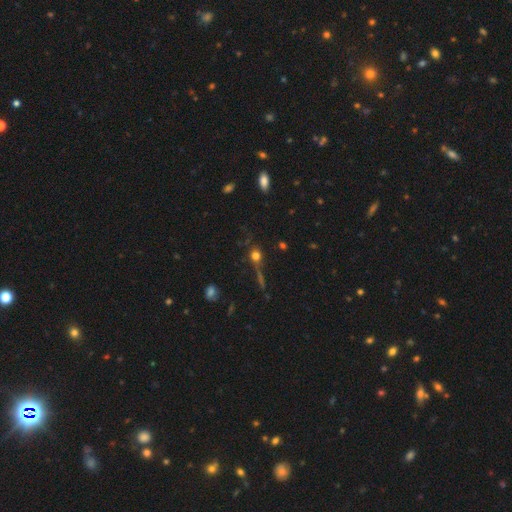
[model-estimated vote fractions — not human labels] smooth 62%, star or artifact 24%, featured or disk 14%. Down the decision tree: how rounded — round (85%); merging — none (65%).